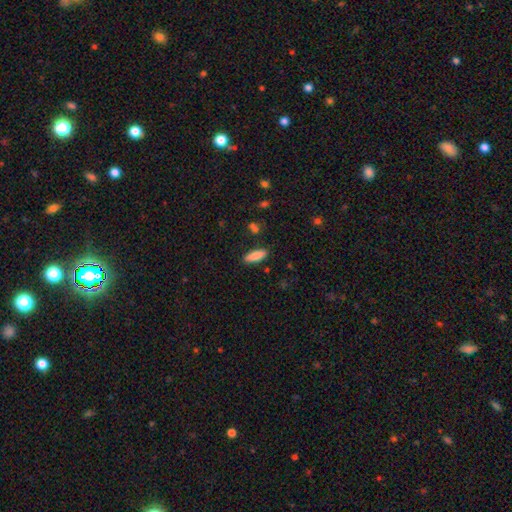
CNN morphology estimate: Smooth or featured? smooth (85%)
How rounded? in between (50%)
Merging? none (87%)